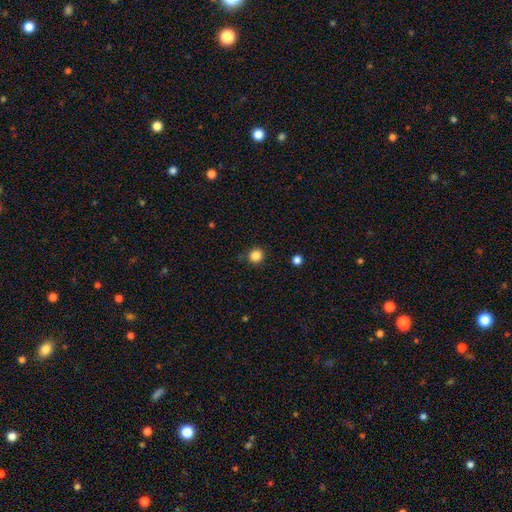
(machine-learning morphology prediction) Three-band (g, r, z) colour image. It shows a smooth galaxy with no disk features (85%) that is round (87%). Merging: none (86%).